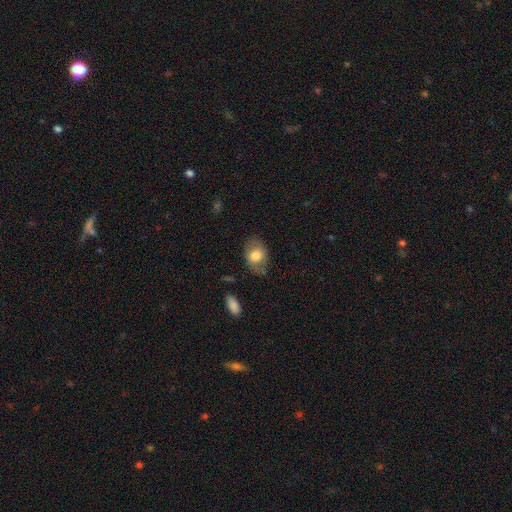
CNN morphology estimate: Smooth or featured? smooth (73%)
How rounded? in between (75%)
Merging? none (73%)